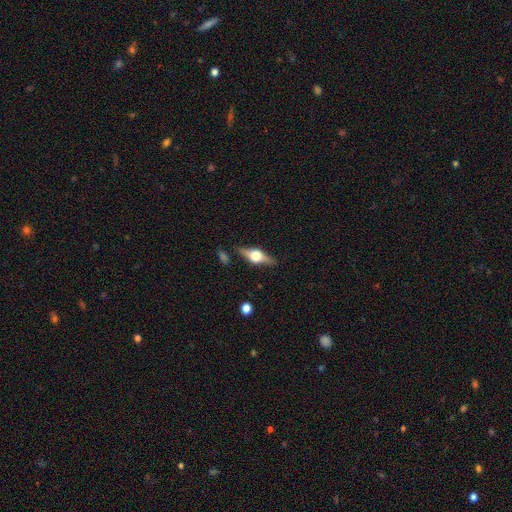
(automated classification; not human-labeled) Smooth or featured?
  - featured or disk: 73% *
  - smooth: 20%
  - star or artifact: 7%
Edge-on disk?
  - yes: 96% *
  - no: 4%
Edge-on bulge?
  - rounded: 94% *
  - boxy: 5%
  - none: 1%
Merging?
  - none: 85% *
  - minor disturbance: 10%
  - major disturbance: 3%
  - merger: 2%